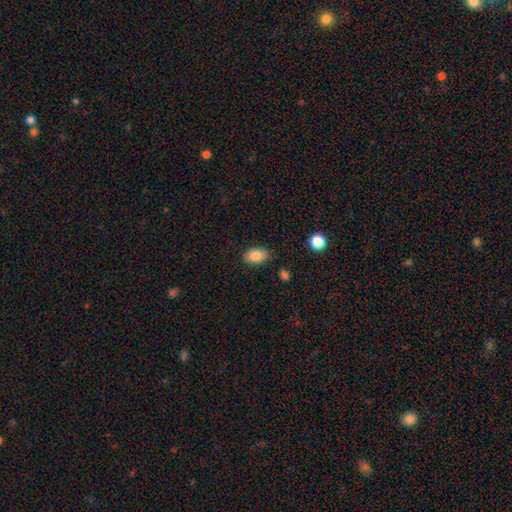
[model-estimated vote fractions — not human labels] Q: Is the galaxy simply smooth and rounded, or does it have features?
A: smooth — 85%.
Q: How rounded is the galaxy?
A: in between — 90%.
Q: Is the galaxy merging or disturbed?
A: none — 85%.